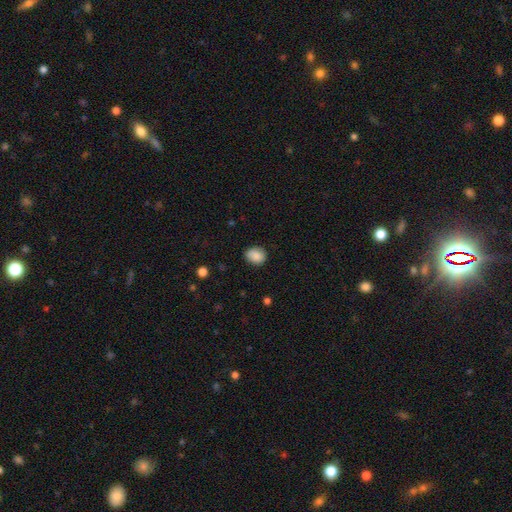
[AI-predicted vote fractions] A smooth galaxy with no disk features (87%) that is round (58%).

Vote fractions:
- Smooth or featured? smooth: 87% / star or artifact: 8% / featured or disk: 5%
- How rounded? round: 58% / in between: 41% / cigar-shaped: 1%
- Merging? none: 83% / minor disturbance: 13% / major disturbance: 3% / merger: 1%